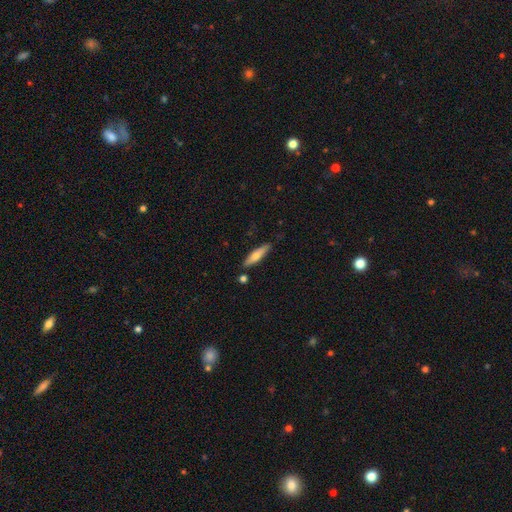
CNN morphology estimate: The model was most divided on "smooth or featured": smooth: 57%, featured or disk: 37%, star or artifact: 6%. More confident: merging — none (83%); how rounded — cigar-shaped (78%).